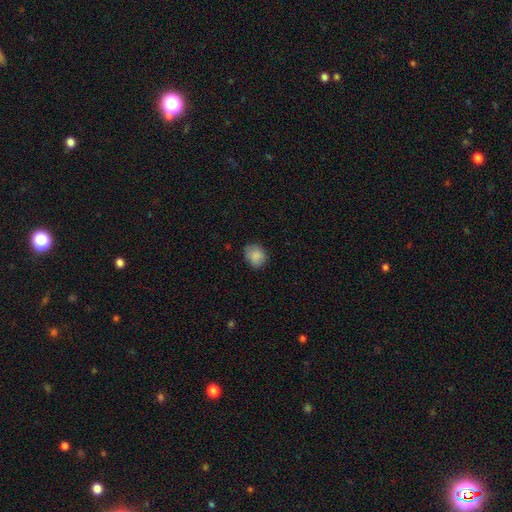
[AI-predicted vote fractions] Overall: smooth (86%). How rounded: round (61%; in between 38%). Merging: none (75%).